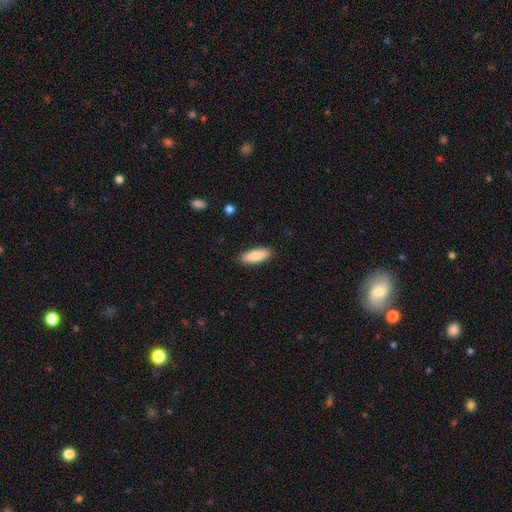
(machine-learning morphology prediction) Q: Smooth or featured?
A: smooth (88%); runner-up: featured or disk (6%)
Q: How rounded?
A: in between (69%); runner-up: cigar-shaped (30%)
Q: Merging?
A: none (89%); runner-up: minor disturbance (8%)